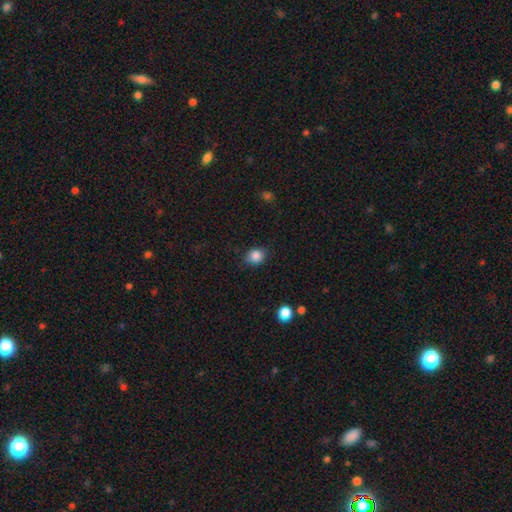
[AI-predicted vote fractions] Q: Smooth or featured?
A: smooth (86%); runner-up: star or artifact (10%)
Q: How rounded?
A: round (64%); runner-up: in between (35%)
Q: Merging?
A: none (80%); runner-up: minor disturbance (15%)